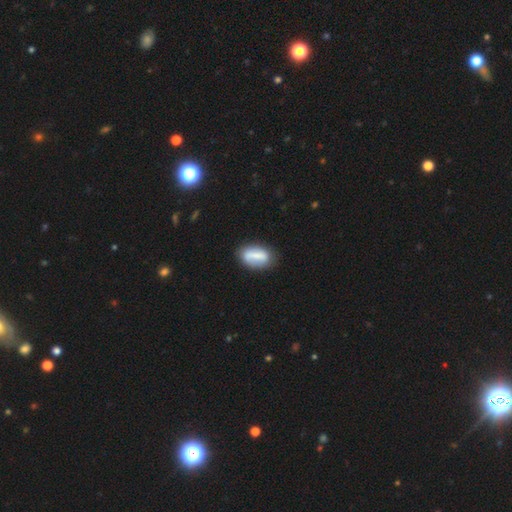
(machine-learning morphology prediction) Smooth or featured? smooth (63%)
How rounded? in between (84%)
Merging? none (76%)